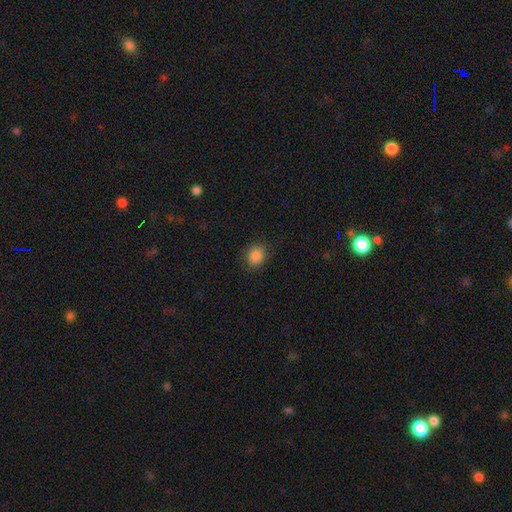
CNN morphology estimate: smooth_or_featured: smooth (p=0.87) [alt: star or artifact p=0.10]
how_rounded: round (p=0.72) [alt: in between p=0.27]
merging: none (p=0.85) [alt: minor disturbance p=0.11]